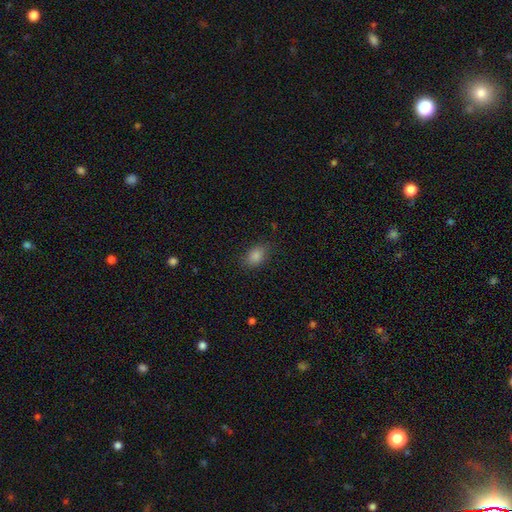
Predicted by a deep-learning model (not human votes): Smooth or featured? smooth (83%)
How rounded? in between (78%)
Merging? none (82%)